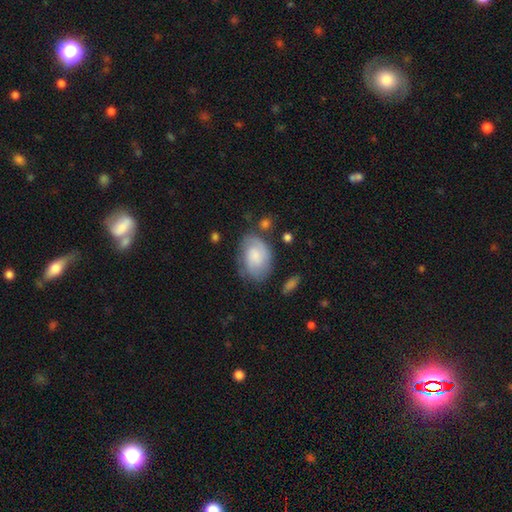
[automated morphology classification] smooth-or-featured: smooth: 48% | featured or disk: 45% | star or artifact: 8%
  merging: none: 62% | minor disturbance: 24% | major disturbance: 10% | merger: 4%